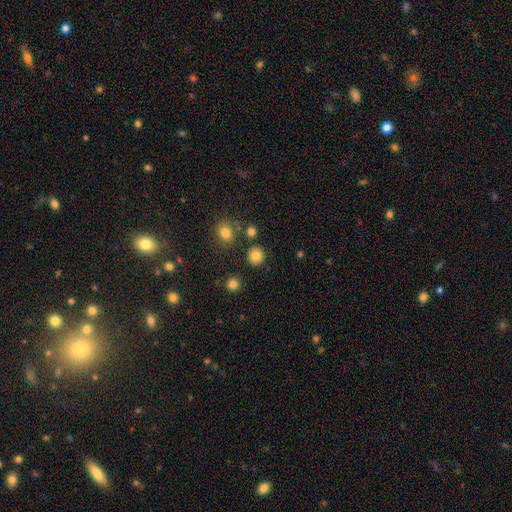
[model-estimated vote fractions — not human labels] smooth-or-featured: smooth: 83% | star or artifact: 12% | featured or disk: 5%
  how-rounded: round: 89% | in between: 10% | cigar-shaped: 1%
  merging: none: 87% | minor disturbance: 7% | merger: 4% | major disturbance: 3%